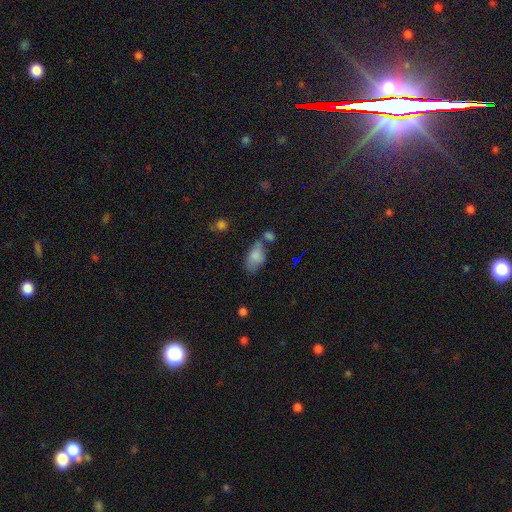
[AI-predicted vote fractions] smooth 80%, featured or disk 11%, star or artifact 9%. Down the decision tree: how rounded — in between (91%); merging — none (48%).